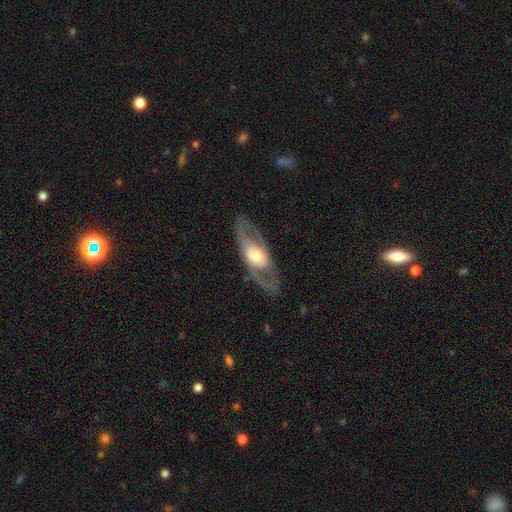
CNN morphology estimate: A featured or disk galaxy (76%) with no bar (64%), spiral arms (64%) and a moderate central bulge (57%). Merging: none (79%).